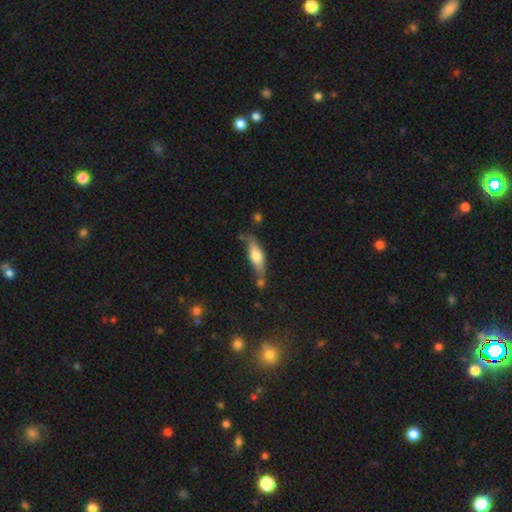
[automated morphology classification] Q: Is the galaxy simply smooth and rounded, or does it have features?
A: smooth — 52%.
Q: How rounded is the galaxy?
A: cigar-shaped — 58%.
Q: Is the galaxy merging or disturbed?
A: none — 58%.